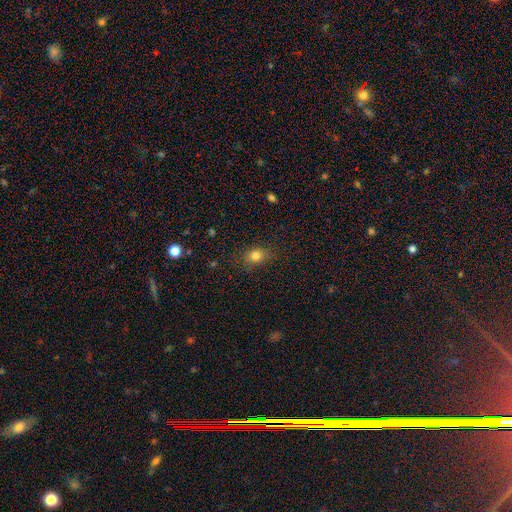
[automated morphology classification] Smooth or featured? smooth (79%)
How rounded? round (50%)
Merging? none (80%)